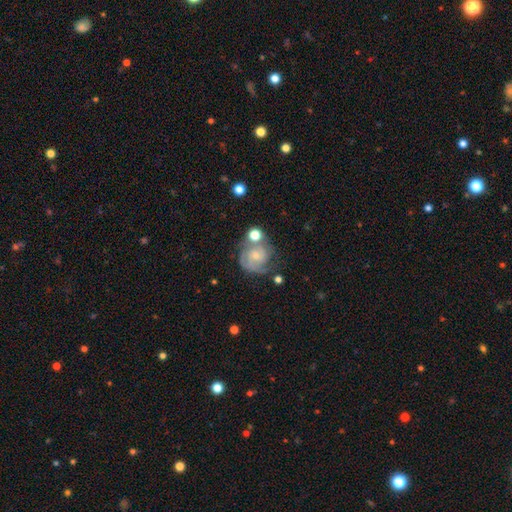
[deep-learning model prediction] A featured or disk galaxy (73%) with no bar (67%), 2 (45%) tight (50%) spiral arms (92%) and a small central bulge (65%). Merging: none (51%).